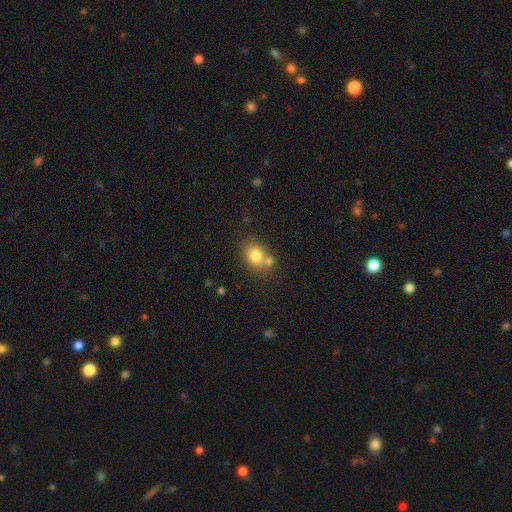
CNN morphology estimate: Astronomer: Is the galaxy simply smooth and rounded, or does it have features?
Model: smooth — 79%.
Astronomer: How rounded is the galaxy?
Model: in between — 51% (runner-up: round, 48%).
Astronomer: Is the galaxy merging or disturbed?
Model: none — 57%.